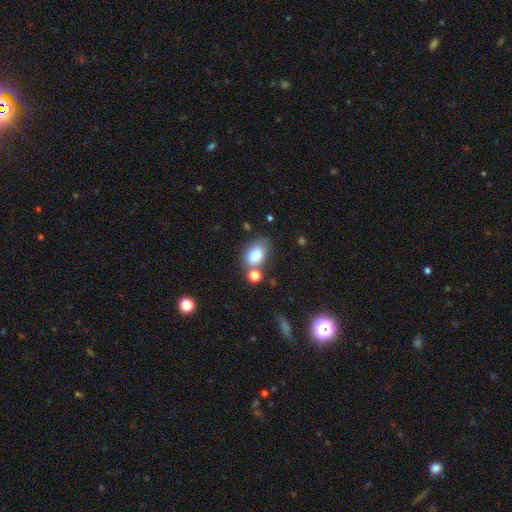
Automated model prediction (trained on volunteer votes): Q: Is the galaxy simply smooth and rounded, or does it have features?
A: smooth — 84%.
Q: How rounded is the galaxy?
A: in between — 79%.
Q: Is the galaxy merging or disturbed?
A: none — 57%.